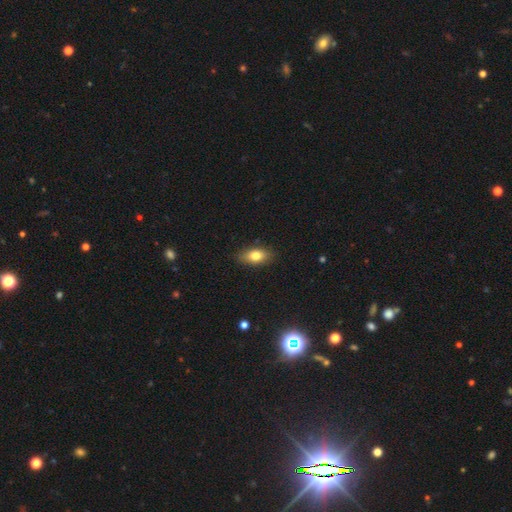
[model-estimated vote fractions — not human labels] A smooth galaxy with no disk features (78%) that is in between round and cigar-shaped (85%).

Vote fractions:
- Smooth or featured? smooth: 78% / featured or disk: 14% / star or artifact: 8%
- How rounded? in between: 85% / round: 8% / cigar-shaped: 7%
- Merging? none: 85% / minor disturbance: 12% / major disturbance: 2% / merger: 1%